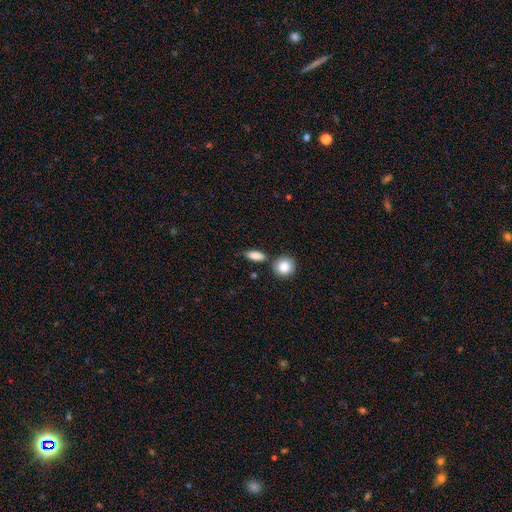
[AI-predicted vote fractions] Smooth or featured? Predicted: smooth (p=0.83). How rounded? Predicted: in between (p=0.67). Merging? Predicted: none (p=0.69).